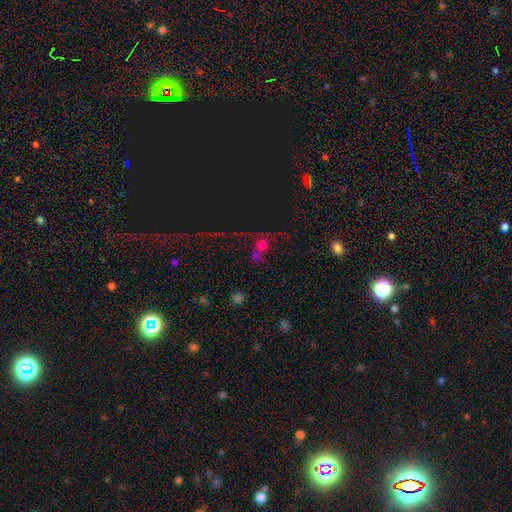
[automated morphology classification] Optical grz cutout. It shows a star or artifact, not a galaxy (45%).